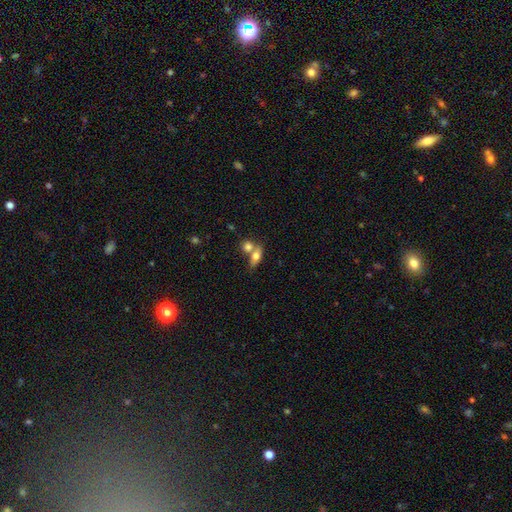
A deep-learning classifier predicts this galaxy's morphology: Smooth or featured? smooth (69%)
How rounded? in between (66%)
Merging? merger (51%)